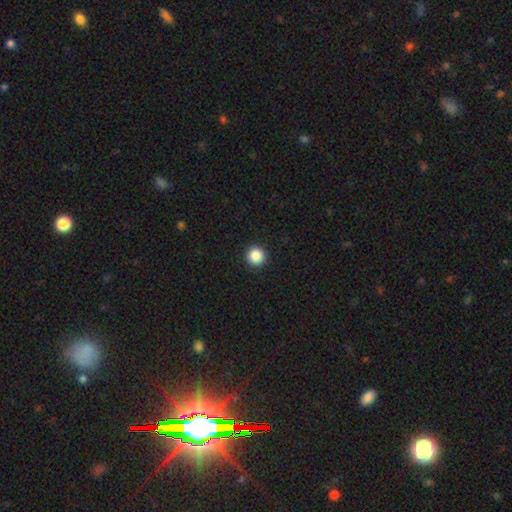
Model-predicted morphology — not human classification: smooth-or-featured: smooth: 87% | star or artifact: 9% | featured or disk: 3%
  how-rounded: round: 96% | in between: 3% | cigar-shaped: 1%
  merging: none: 94% | minor disturbance: 4% | major disturbance: 1% | merger: 1%